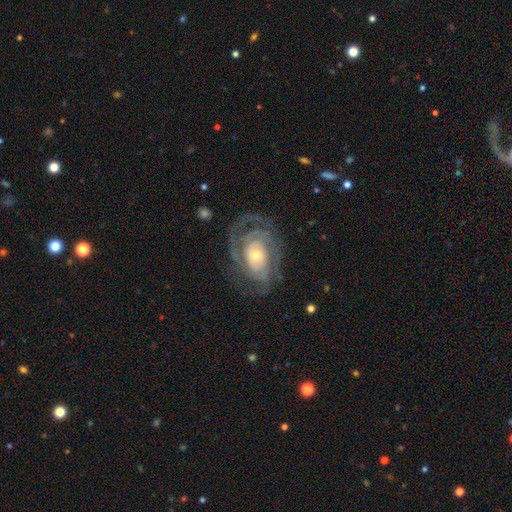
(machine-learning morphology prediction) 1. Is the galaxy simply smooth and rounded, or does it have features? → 84% featured or disk, 11% smooth, 5% star or artifact.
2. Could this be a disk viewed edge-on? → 96% no, 4% yes.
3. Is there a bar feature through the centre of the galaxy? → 73% no, 21% weak, 7% strong.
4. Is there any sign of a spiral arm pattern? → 91% yes, 9% no.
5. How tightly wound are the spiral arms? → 62% tight, 29% medium, 9% loose.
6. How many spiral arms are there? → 35% can't tell, 29% 2, 17% 3, 8% 4, 6% 1, 5% more than 4.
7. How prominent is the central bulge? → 49% small, 41% moderate, 7% large, 1% dominant, 1% none.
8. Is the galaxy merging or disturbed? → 68% none, 17% minor disturbance, 14% major disturbance, 1% merger.